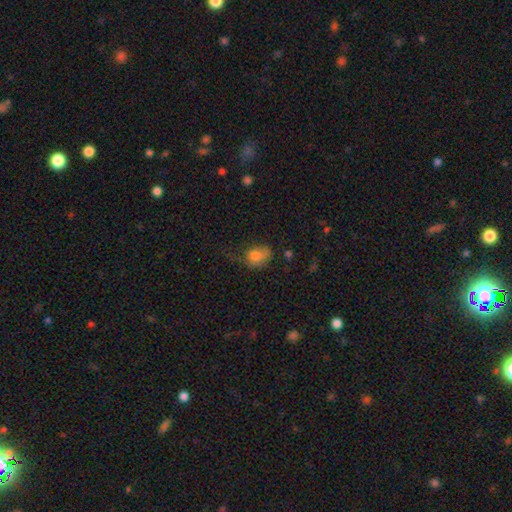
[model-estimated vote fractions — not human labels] Q: Smooth or featured?
A: smooth (76%); runner-up: featured or disk (14%)
Q: How rounded?
A: in between (63%); runner-up: round (35%)
Q: Merging?
A: none (37%); runner-up: minor disturbance (32%)